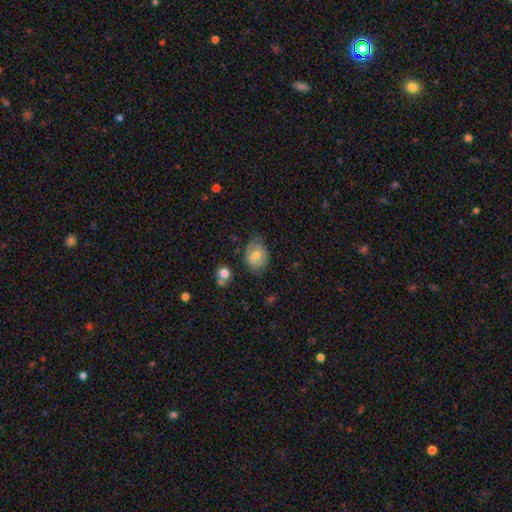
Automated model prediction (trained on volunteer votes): Morphology: type=smooth (67%); roundness=in between (58%); merging=none (68%).